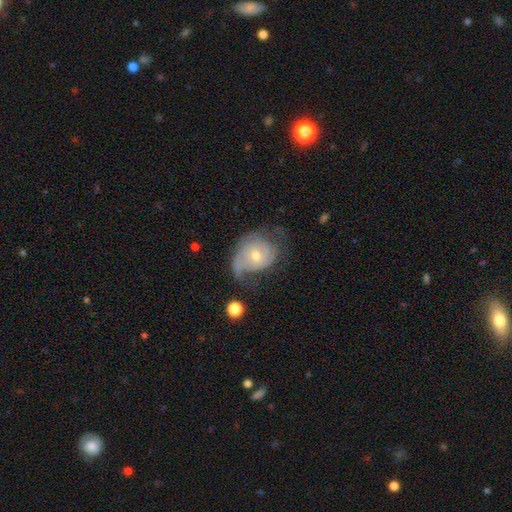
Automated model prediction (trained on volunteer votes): Overall: featured or disk (64%; smooth 28%). Edge-on disk: no (96%). Bar: no (76%). Spiral arms: yes (79%). Bulge size: small (52%; moderate 44%). Merging: none (35%; major disturbance 33%).